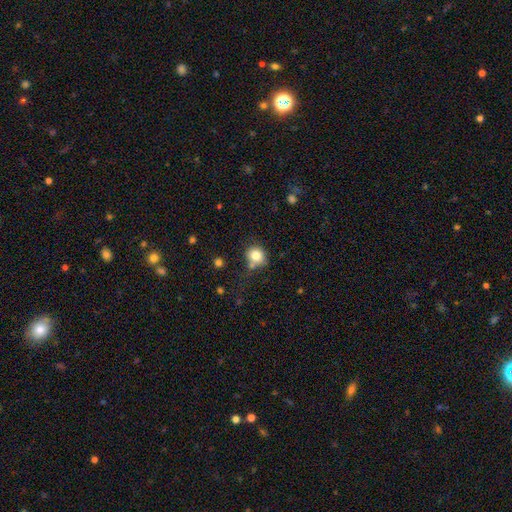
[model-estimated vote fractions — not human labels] Smooth or featured?
  - smooth: 80% *
  - star or artifact: 11%
  - featured or disk: 9%
How rounded?
  - round: 83% *
  - in between: 16%
  - cigar-shaped: 1%
Merging?
  - none: 68% *
  - minor disturbance: 15%
  - merger: 12%
  - major disturbance: 5%